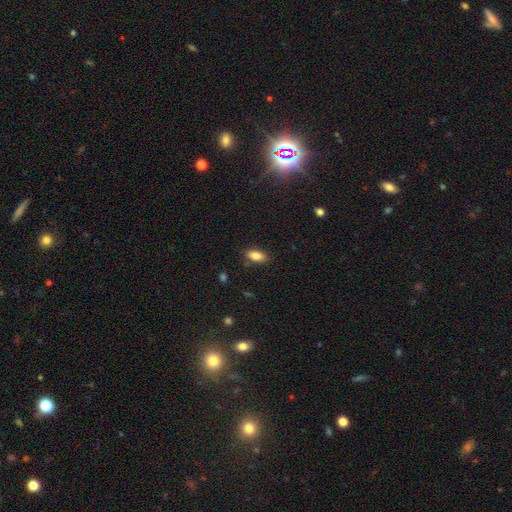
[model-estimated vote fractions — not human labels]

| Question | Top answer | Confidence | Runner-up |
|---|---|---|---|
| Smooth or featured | smooth | 85% | star or artifact (8%) |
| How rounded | in between | 88% | cigar-shaped (9%) |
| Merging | none | 85% | minor disturbance (11%) |